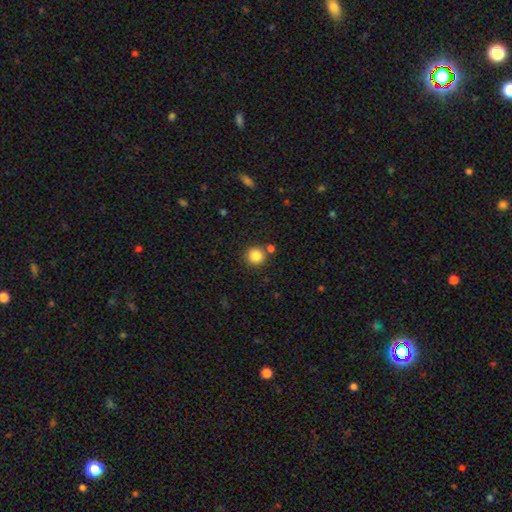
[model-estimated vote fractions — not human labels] smooth_or_featured: smooth (p=0.85) [alt: star or artifact p=0.10]
how_rounded: round (p=0.92) [alt: in between p=0.07]
merging: none (p=0.80) [alt: merger p=0.09]